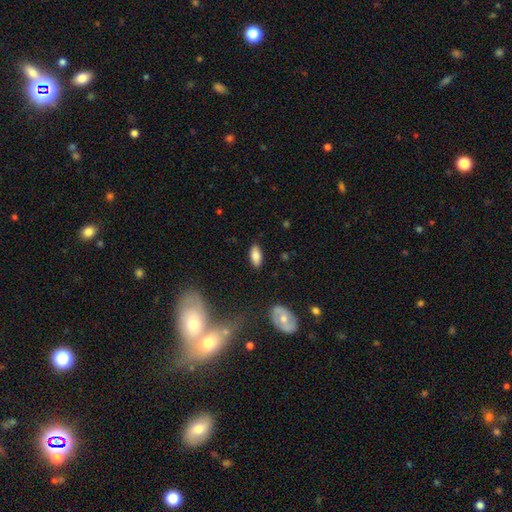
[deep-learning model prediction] Smooth or featured? Predicted: smooth (p=0.82). How rounded? Predicted: in between (p=0.90). Merging? Predicted: none (p=0.86).